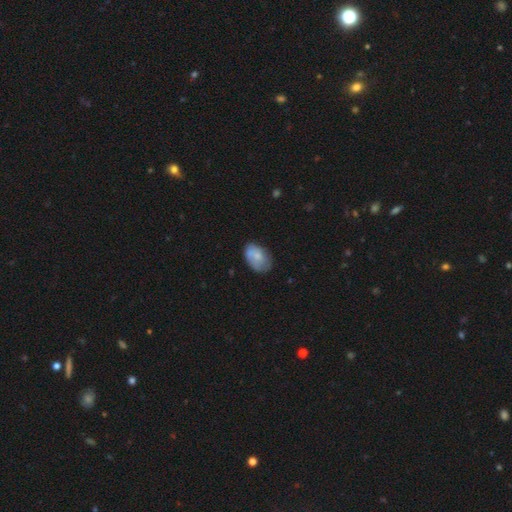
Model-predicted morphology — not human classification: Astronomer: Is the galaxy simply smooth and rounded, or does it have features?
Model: smooth — 69%.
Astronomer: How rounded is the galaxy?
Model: in between — 87%.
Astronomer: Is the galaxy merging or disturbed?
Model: none — 61%.